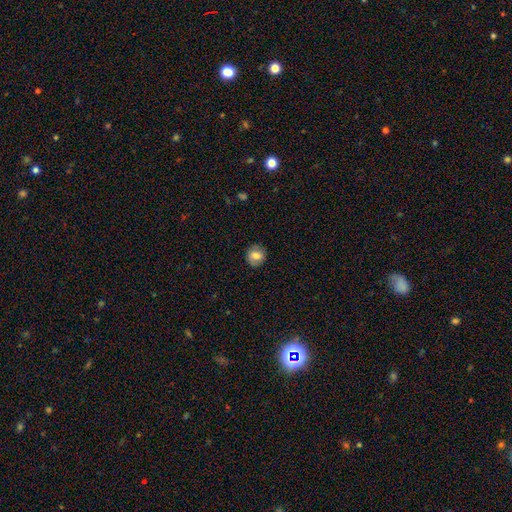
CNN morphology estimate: type=smooth (76%); roundness=round (82%); merging=none (86%).